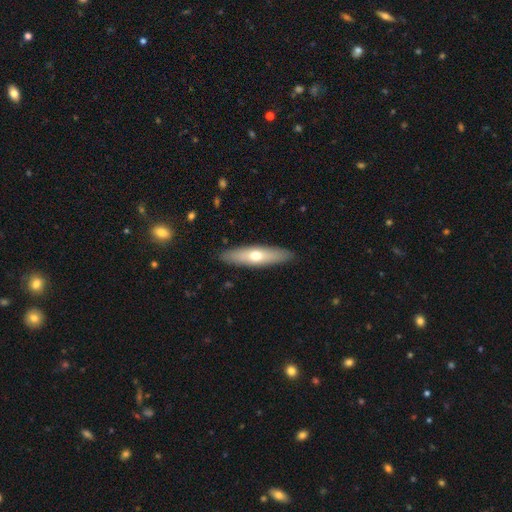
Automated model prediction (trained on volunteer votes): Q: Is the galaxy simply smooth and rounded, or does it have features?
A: smooth — 56%.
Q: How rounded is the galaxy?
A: cigar-shaped — 68%.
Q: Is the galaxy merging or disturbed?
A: none — 89%.